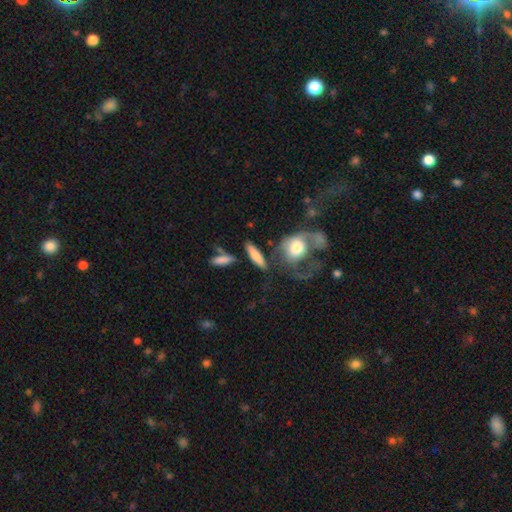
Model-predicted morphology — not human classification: This appears to be a smooth galaxy with no disk features (68%) that is cigar-shaped (54%). Merging: none (55%).